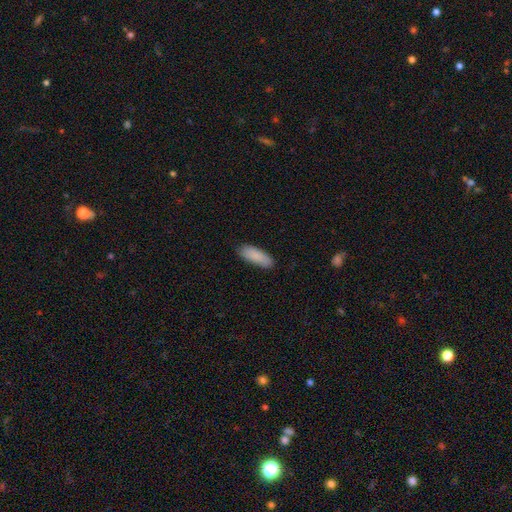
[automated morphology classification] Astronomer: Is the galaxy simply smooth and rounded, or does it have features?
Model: smooth — 88%.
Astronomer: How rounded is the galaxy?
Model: in between — 63%.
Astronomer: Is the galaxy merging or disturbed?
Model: none — 84%.